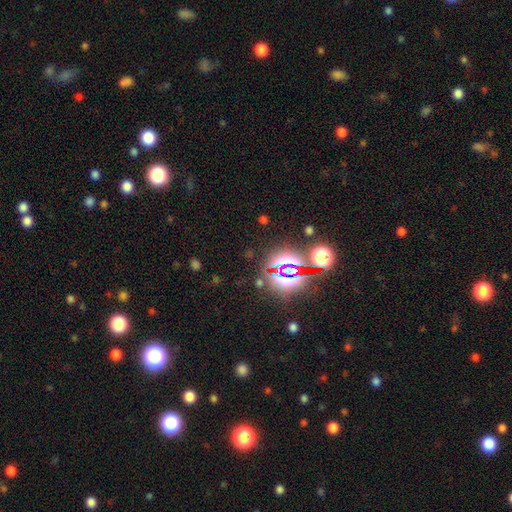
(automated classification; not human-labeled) smooth_or_featured: star or artifact (p=0.77) [alt: smooth p=0.14]